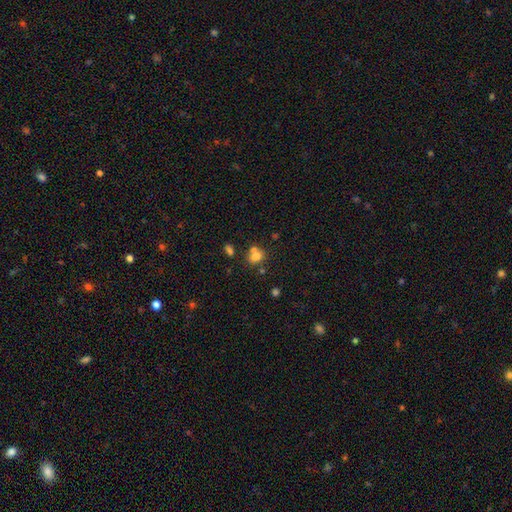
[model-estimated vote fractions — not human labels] This appears to be a smooth galaxy with no disk features (75%) that is round (53%). Merging: none (47%).